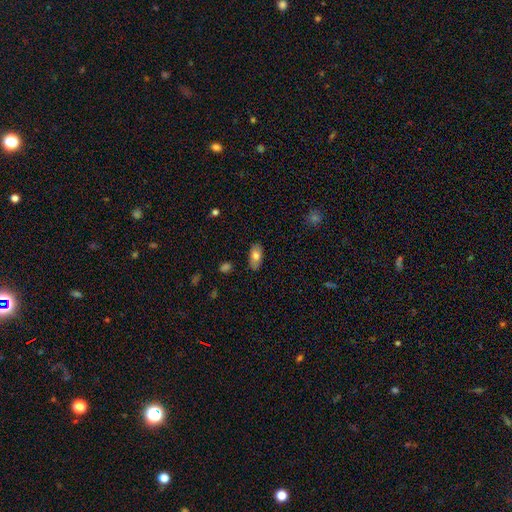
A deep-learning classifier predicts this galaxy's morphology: smooth 74%, featured or disk 19%, star or artifact 7%. Down the decision tree: how rounded — in between (91%); merging — none (84%).